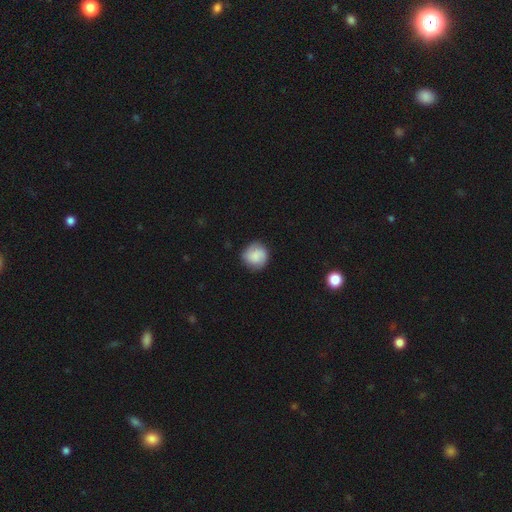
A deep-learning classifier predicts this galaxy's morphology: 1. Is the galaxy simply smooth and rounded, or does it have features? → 74% smooth, 18% featured or disk, 7% star or artifact.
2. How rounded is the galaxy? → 90% round, 9% in between, 1% cigar-shaped.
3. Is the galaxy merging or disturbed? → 82% none, 13% minor disturbance, 3% major disturbance, 1% merger.